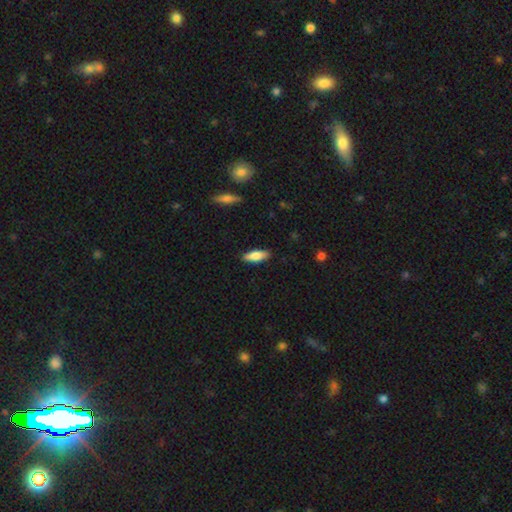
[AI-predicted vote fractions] A smooth galaxy with no disk features (77%) that is in between round and cigar-shaped (64%).

Vote fractions:
- Smooth or featured? smooth: 77% / featured or disk: 17% / star or artifact: 6%
- How rounded? in between: 64% / cigar-shaped: 34% / round: 2%
- Merging? none: 88% / minor disturbance: 9% / major disturbance: 2% / merger: 1%